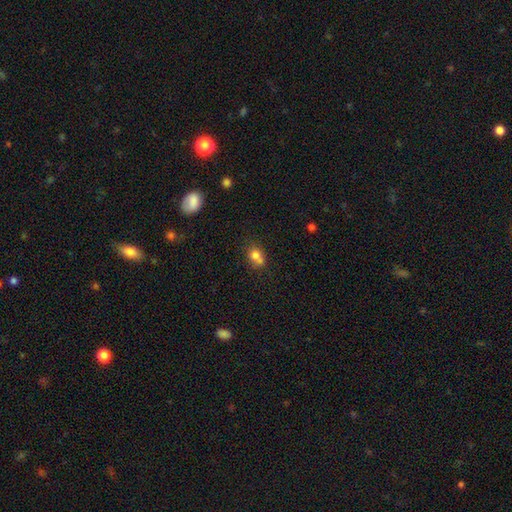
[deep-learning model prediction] smooth_or_featured: smooth (p=0.75) [alt: featured or disk p=0.14]
how_rounded: round (p=0.58) [alt: in between p=0.41]
merging: merger (p=0.42) [alt: none p=0.39]